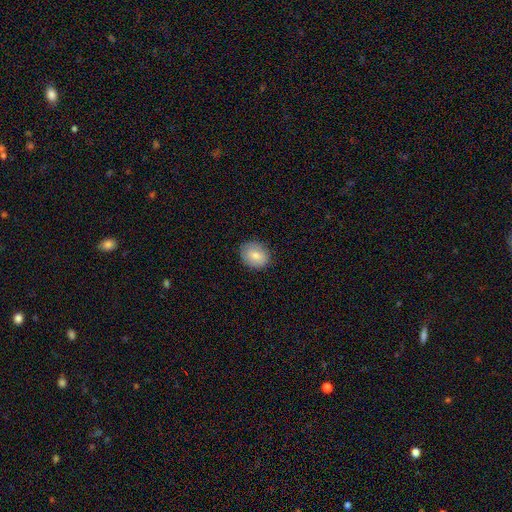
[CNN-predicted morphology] A smooth galaxy with no disk features (77%) that is round (58%). Merging: none (85%).